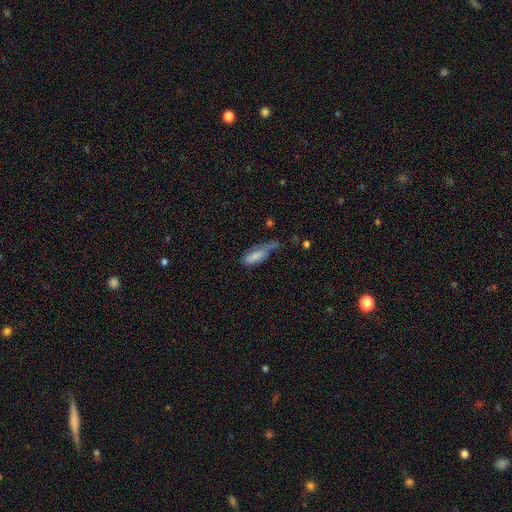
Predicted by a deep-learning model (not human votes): A smooth galaxy with no disk features (78%) that is in between round and cigar-shaped (64%).

Vote fractions:
- Smooth or featured? smooth: 78% / featured or disk: 15% / star or artifact: 8%
- How rounded? in between: 64% / cigar-shaped: 34% / round: 2%
- Merging? minor disturbance: 38% / major disturbance: 29% / none: 27% / merger: 7%